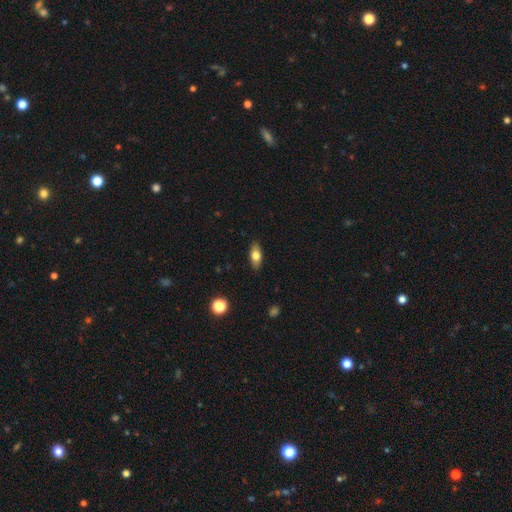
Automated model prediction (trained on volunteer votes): A smooth galaxy with no disk features (74%) that is in between round and cigar-shaped (82%). Merging: none (88%).